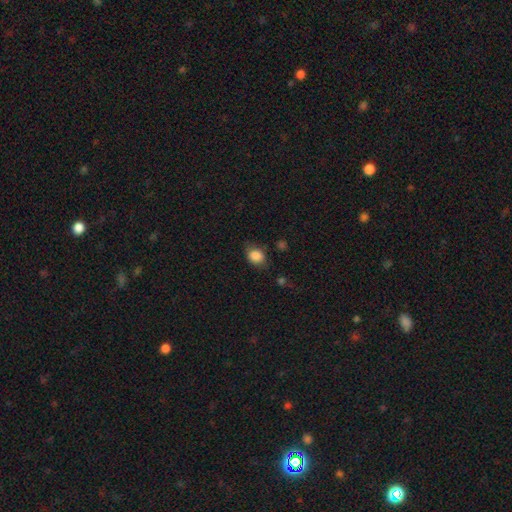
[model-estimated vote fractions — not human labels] A smooth galaxy with no disk features (84%) that is in between round and cigar-shaped (56%).

Vote fractions:
- Smooth or featured? smooth: 84% / star or artifact: 9% / featured or disk: 6%
- How rounded? in between: 56% / round: 43% / cigar-shaped: 1%
- Merging? none: 67% / minor disturbance: 24% / major disturbance: 7% / merger: 2%